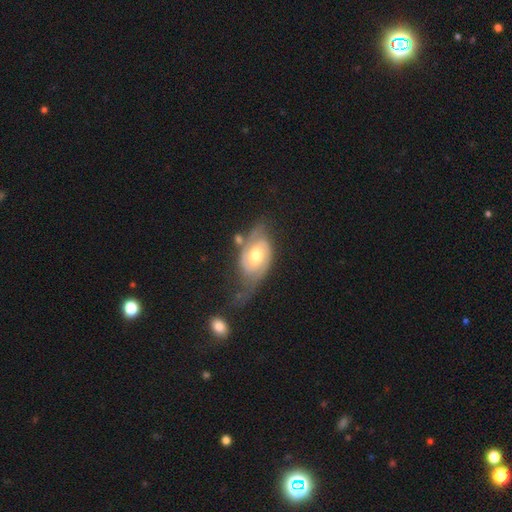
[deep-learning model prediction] Smooth or featured: featured or disk — 79% (smooth — 16%)
Edge-on disk: no — 95% (yes — 5%)
Bar: no — 61% (weak — 32%)
Spiral arms: yes — 92% (no — 8%)
Spiral winding: medium — 40% (tied with tight — 40%)
Spiral arm count: 2 — 82% (can't tell — 9%)
Bulge size: moderate — 70% (large — 16%)
Merging: none — 41% (minor disturbance — 26%)